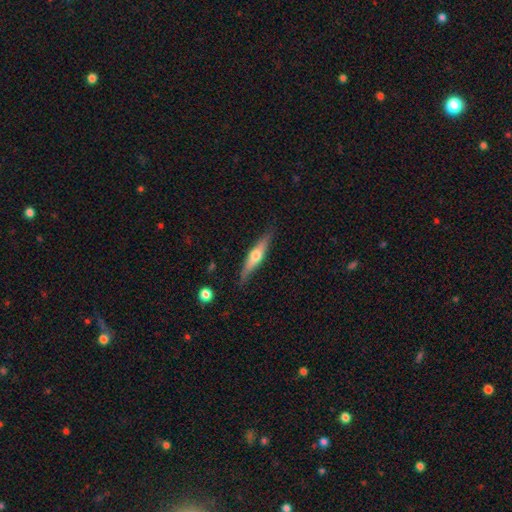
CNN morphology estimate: A featured or disk galaxy (58%) viewed edge-on (94%) with a rounded central bulge (91%). Merging: none (85%).